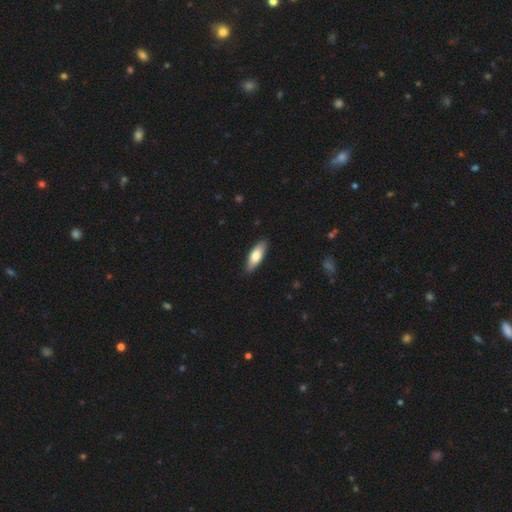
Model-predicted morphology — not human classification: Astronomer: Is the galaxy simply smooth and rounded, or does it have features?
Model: smooth — 75%.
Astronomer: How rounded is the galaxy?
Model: in between — 67%.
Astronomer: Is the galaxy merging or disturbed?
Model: none — 86%.